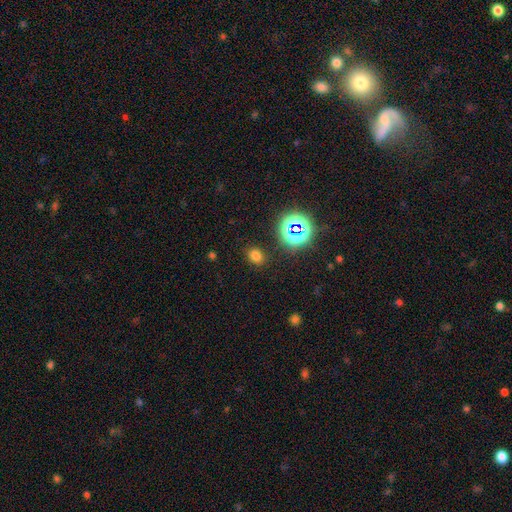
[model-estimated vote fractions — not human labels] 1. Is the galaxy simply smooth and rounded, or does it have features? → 69% smooth, 24% star or artifact, 6% featured or disk.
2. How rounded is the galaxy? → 53% in between, 46% round, 1% cigar-shaped.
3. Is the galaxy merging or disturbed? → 86% none, 9% minor disturbance, 3% major disturbance, 2% merger.